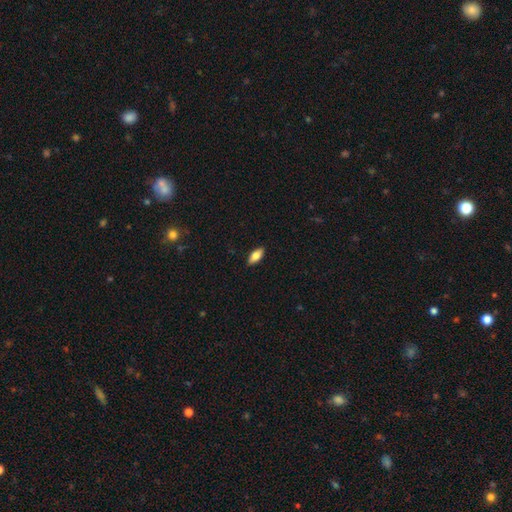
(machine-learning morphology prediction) This is likely a smooth galaxy (76%). How rounded: clearly in between (83%). Merging: clearly none (90%).